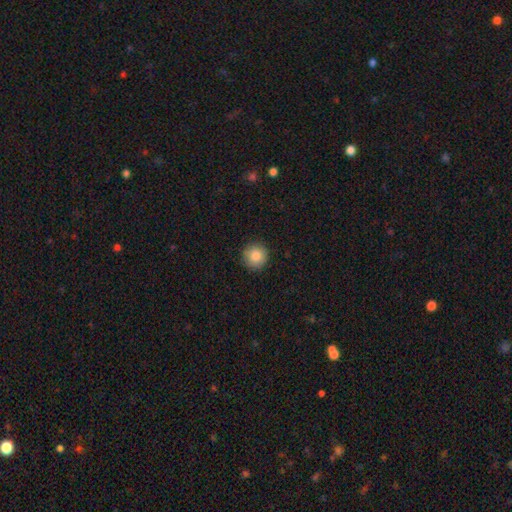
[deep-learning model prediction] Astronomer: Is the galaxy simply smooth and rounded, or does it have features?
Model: smooth — 86%.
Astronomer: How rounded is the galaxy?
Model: round — 95%.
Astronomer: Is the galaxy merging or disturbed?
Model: none — 90%.